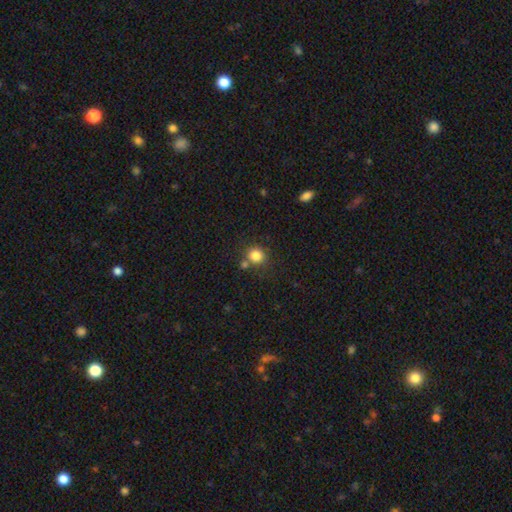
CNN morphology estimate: This appears to be a smooth galaxy with no disk features (83%) that is round (86%). Merging: none (70%).